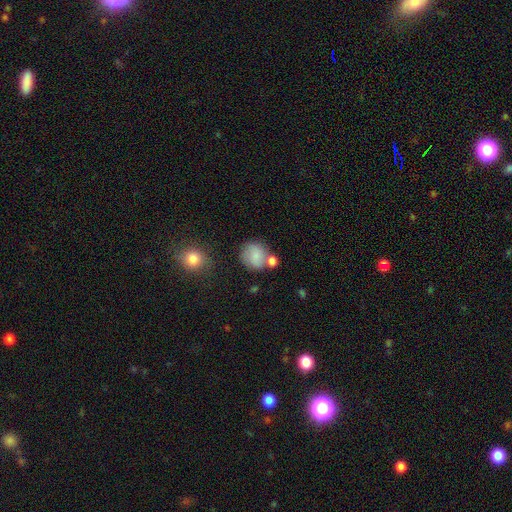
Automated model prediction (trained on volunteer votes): smooth-or-featured: smooth: 76% | featured or disk: 15% | star or artifact: 9%
  how-rounded: round: 81% | in between: 18% | cigar-shaped: 1%
  merging: none: 57% | merger: 19% | minor disturbance: 17% | major disturbance: 7%